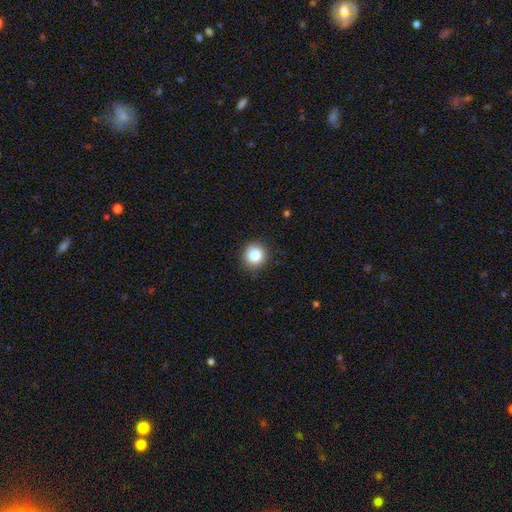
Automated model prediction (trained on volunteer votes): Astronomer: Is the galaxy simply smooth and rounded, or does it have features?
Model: smooth — 86%.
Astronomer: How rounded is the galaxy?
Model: round — 92%.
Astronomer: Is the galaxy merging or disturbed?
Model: none — 89%.